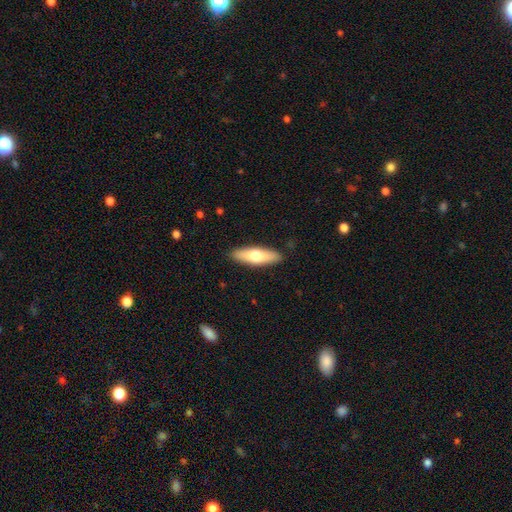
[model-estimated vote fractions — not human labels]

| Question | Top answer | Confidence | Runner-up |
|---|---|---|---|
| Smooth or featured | smooth | 65% | featured or disk (30%) |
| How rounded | cigar-shaped | 49% | tied: in between (49%) |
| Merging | none | 89% | minor disturbance (8%) |